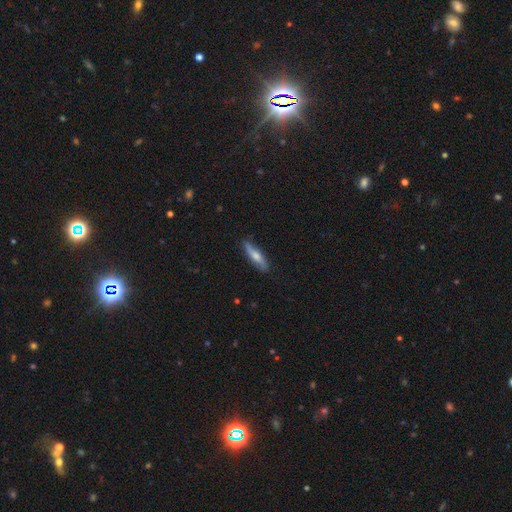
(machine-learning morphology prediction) Overall: smooth (57%; featured or disk 37%). How rounded: cigar-shaped (75%). Merging: none (80%).